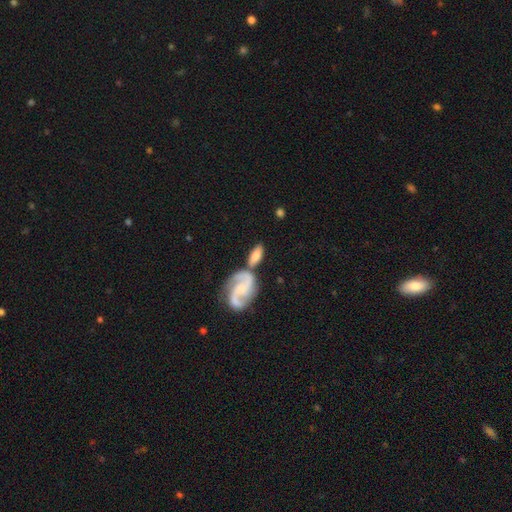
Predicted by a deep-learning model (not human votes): This appears to be a smooth galaxy with no disk features (50%) that is in between round and cigar-shaped (80%). Merging: none (48%).